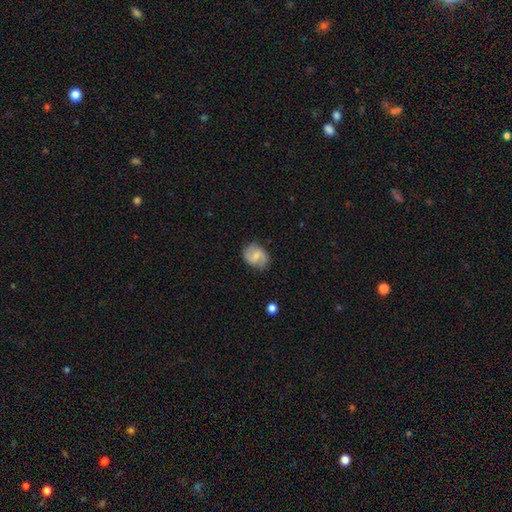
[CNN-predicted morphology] The model was most divided on "smooth or featured": featured or disk: 52%, smooth: 41%, star or artifact: 7%. Remaining: edge-on disk — no (97%); spiral arms — yes (85%); merging — none (79%); bar — weak (54%); bulge size — small (50%).